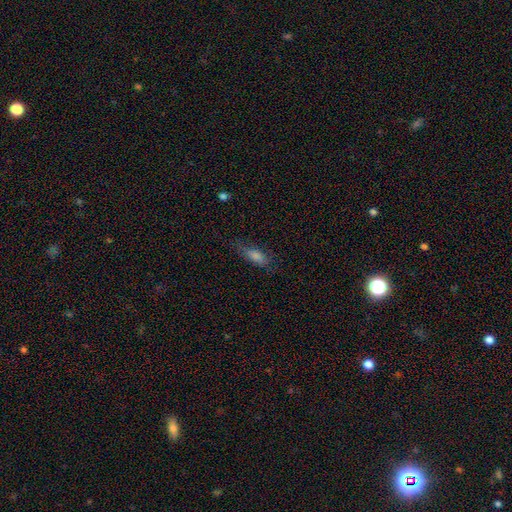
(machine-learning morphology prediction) type=smooth (65%); roundness=in between (53%); merging=none (70%).